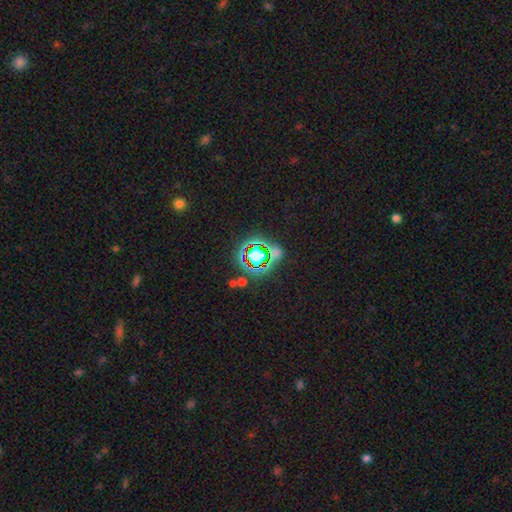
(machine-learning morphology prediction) Smooth or featured? star or artifact (78%)